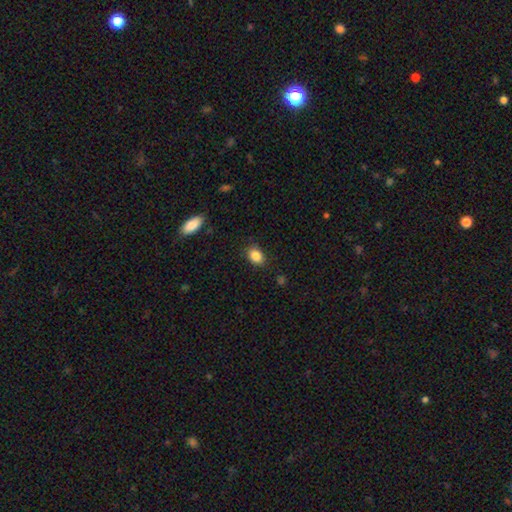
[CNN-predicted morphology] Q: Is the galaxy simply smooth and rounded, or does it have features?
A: smooth — 86%.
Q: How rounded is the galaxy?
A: in between — 78%.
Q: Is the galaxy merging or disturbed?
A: none — 83%.